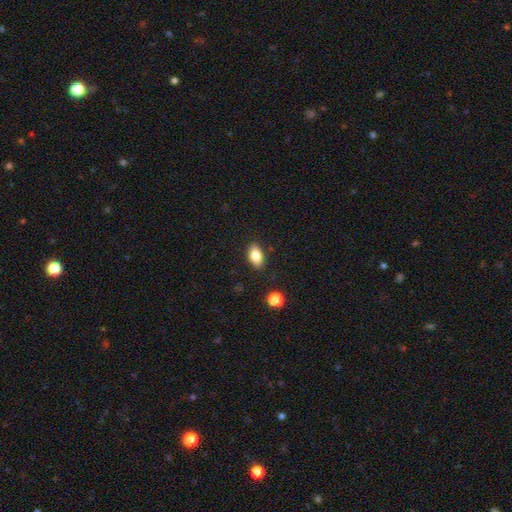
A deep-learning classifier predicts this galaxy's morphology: The model was most divided on "smooth or featured": smooth: 82%, featured or disk: 9%, star or artifact: 8%. More confident: how rounded — in between (90%); merging — none (88%).